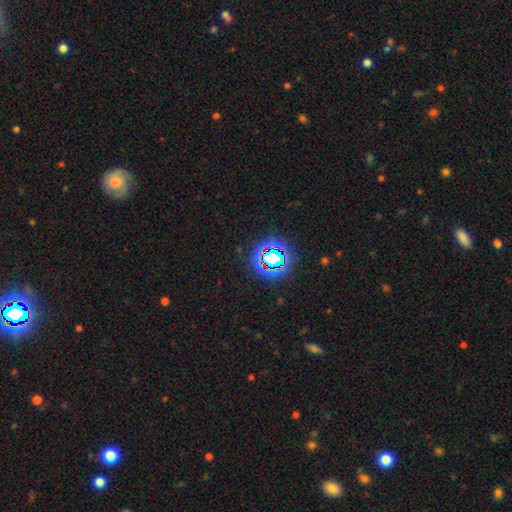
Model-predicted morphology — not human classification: type=star or artifact (78%).